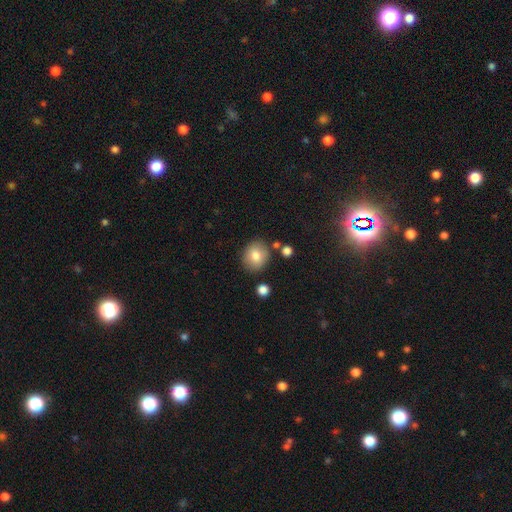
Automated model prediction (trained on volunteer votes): Morphology: type=smooth (79%); roundness=round (72%); merging=none (81%).